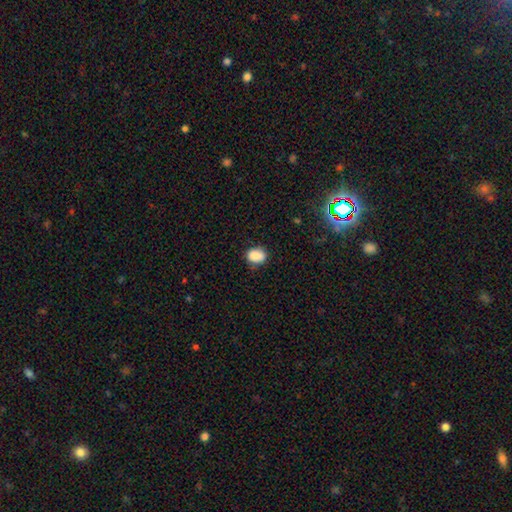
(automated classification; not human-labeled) A smooth galaxy with no disk features (87%) that is in between round and cigar-shaped (61%). Merging: none (76%).